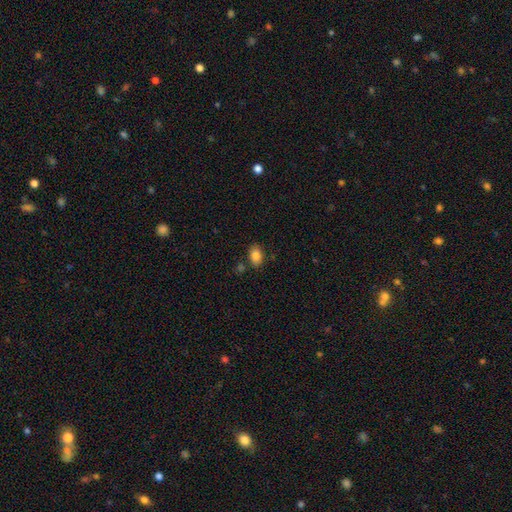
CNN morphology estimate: smooth 85%, star or artifact 9%, featured or disk 7%. Down the decision tree: how rounded — in between (85%); merging — none (80%).